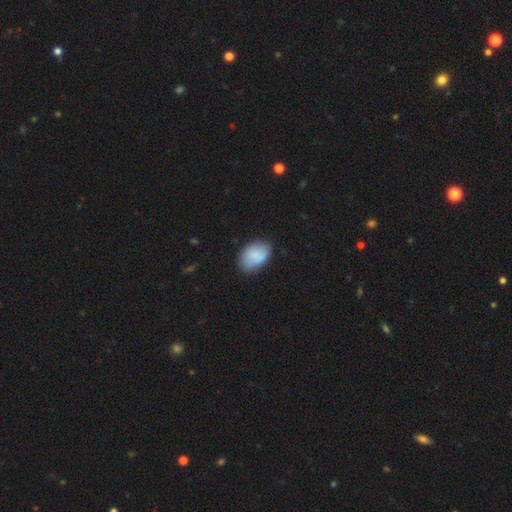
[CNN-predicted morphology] This is clearly a smooth galaxy (81%). How rounded: clearly in between (85%). Merging: likely none (68%).